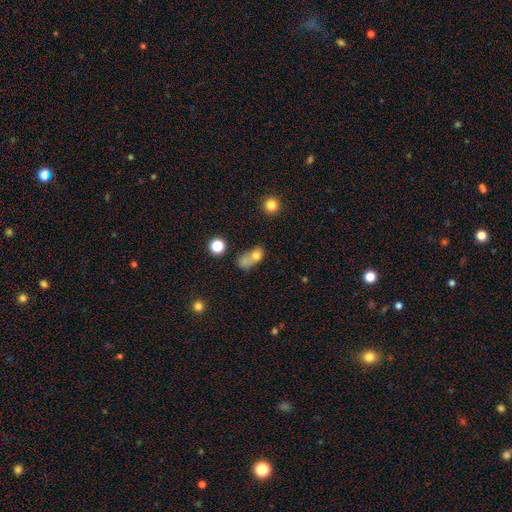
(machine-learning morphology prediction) This is likely a smooth galaxy (70%). How rounded: possibly round (53%). Merging: possibly merger (56%).